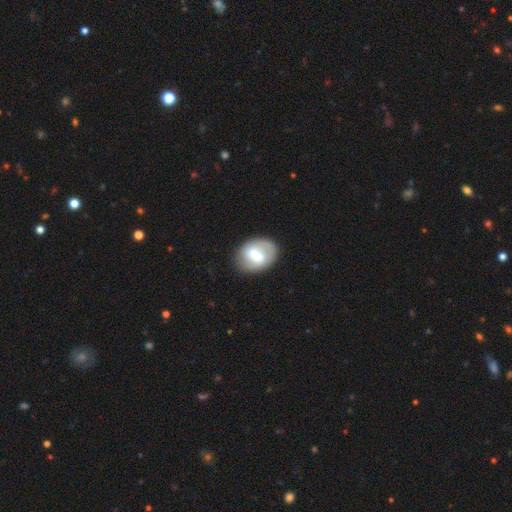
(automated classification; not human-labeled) Smooth or featured? Predicted: smooth (p=0.50). How rounded? Predicted: in between (p=0.72). Merging? Predicted: none (p=0.79).